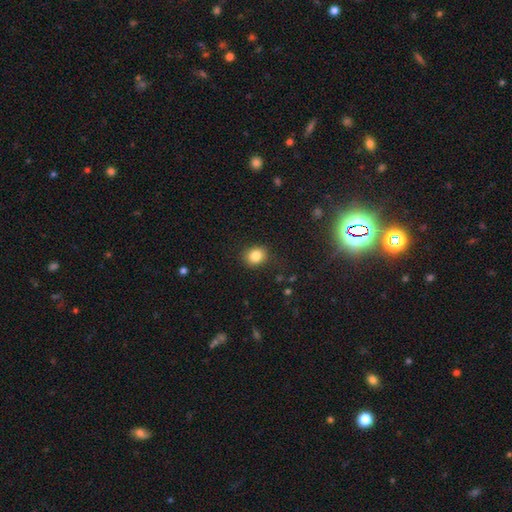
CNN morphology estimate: Smooth or featured? smooth (85%)
How rounded? round (66%)
Merging? none (87%)